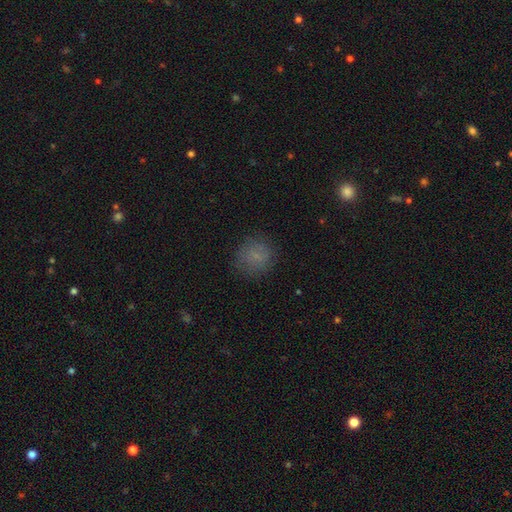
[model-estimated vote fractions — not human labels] Smooth or featured? Predicted: smooth (p=0.78). How rounded? Predicted: round (p=0.87). Merging? Predicted: none (p=0.82).